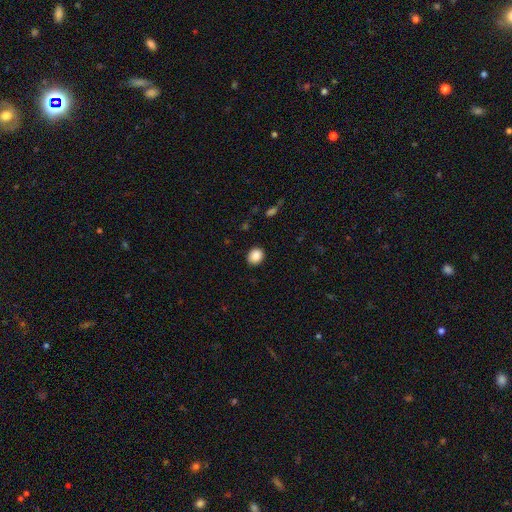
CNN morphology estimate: Smooth or featured? Predicted: smooth (p=0.88). How rounded? Predicted: round (p=0.64). Merging? Predicted: none (p=0.90).